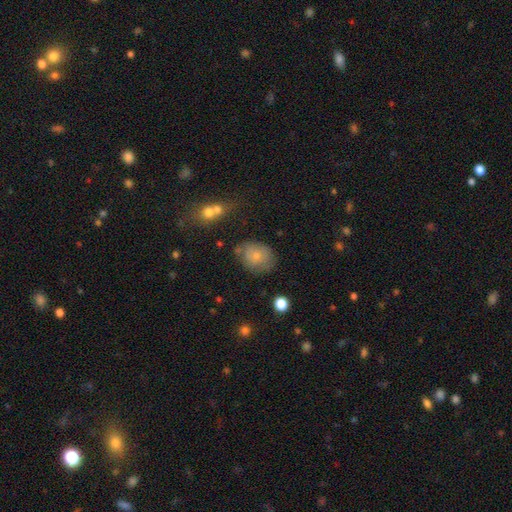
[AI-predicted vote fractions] Smooth or featured? Predicted: smooth (p=0.72). How rounded? Predicted: round (p=0.55). Merging? Predicted: none (p=0.66).